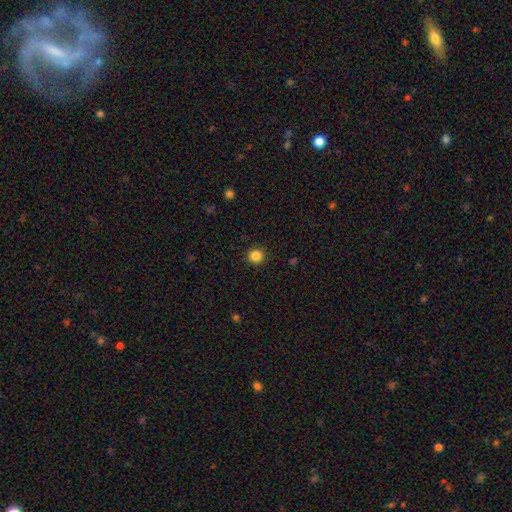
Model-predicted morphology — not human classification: Overall: smooth (85%). How rounded: round (93%). Merging: none (92%).